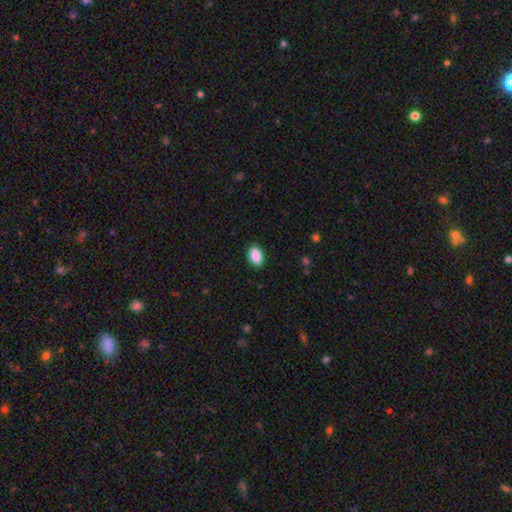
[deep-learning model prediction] Overall: smooth (90%). How rounded: in between (89%). Merging: none (89%).